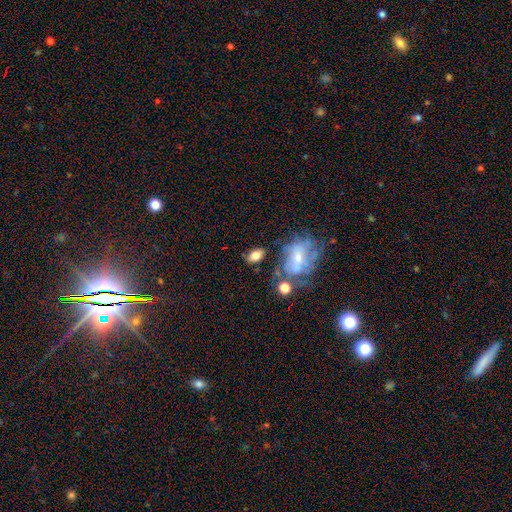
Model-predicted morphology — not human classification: Overall: smooth (71%). How rounded: in between (85%). Merging: none (64%).